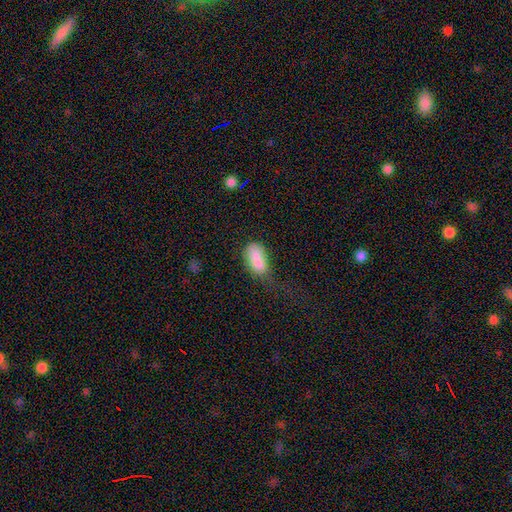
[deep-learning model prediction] Smooth or featured: smooth — 80% (featured or disk — 11%)
How rounded: in between — 89% (cigar-shaped — 7%)
Merging: none — 33% (tied with minor disturbance — 33%)